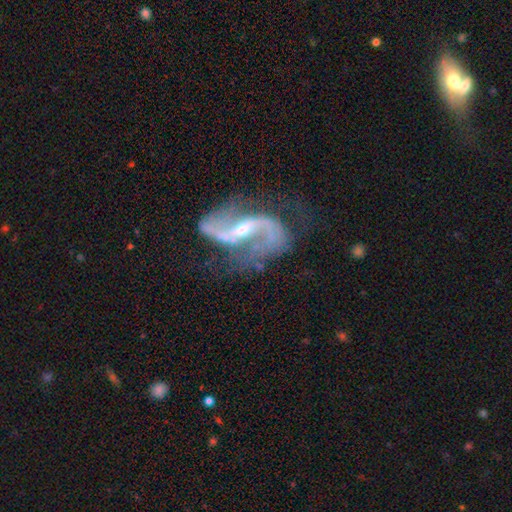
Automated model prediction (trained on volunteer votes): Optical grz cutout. It shows a featured or disk galaxy (91%) with a strong bar (45%), 2 (93%) loose (49%) spiral arms (98%) and a small central bulge (62%). Merging: none (70%).